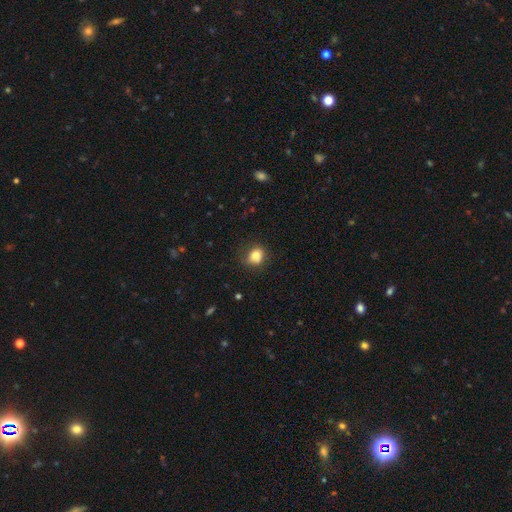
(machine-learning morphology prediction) This is clearly a smooth galaxy (82%). How rounded: likely round (62%). Merging: likely none (71%).